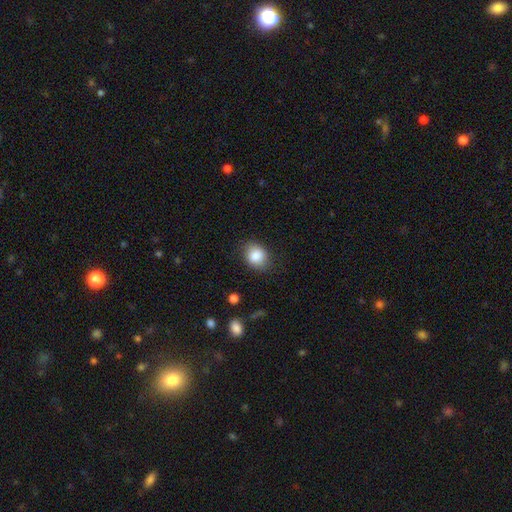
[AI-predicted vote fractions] Morphology: type=smooth (85%); roundness=in between (55%); merging=none (81%).